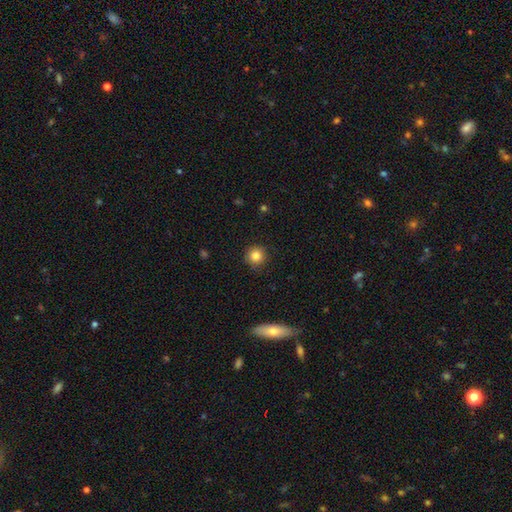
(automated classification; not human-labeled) Q: Smooth or featured?
A: smooth (84%); runner-up: star or artifact (10%)
Q: How rounded?
A: round (93%); runner-up: in between (6%)
Q: Merging?
A: none (86%); runner-up: minor disturbance (11%)